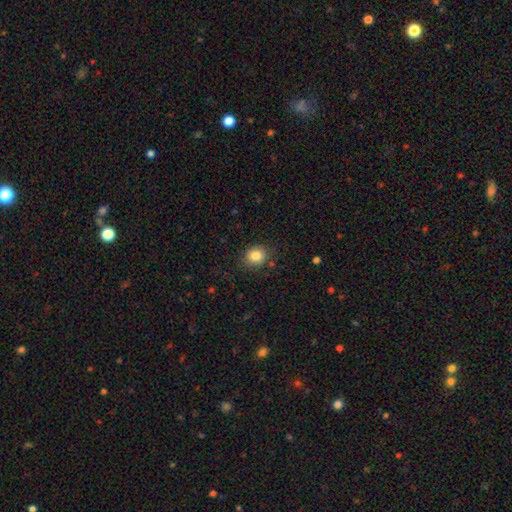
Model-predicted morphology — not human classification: smooth_or_featured: smooth (p=0.83) [alt: star or artifact p=0.11]
how_rounded: round (p=0.83) [alt: in between p=0.16]
merging: none (p=0.86) [alt: minor disturbance p=0.10]